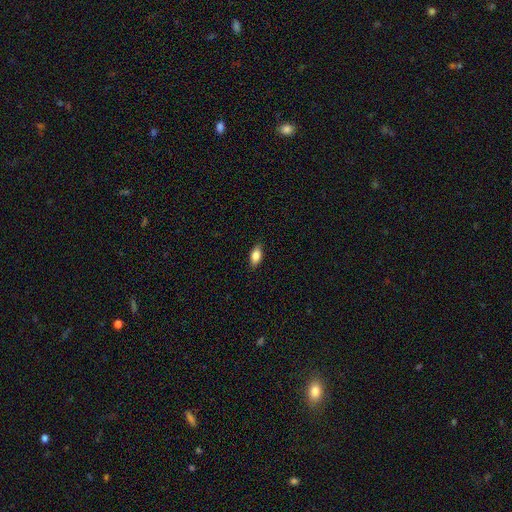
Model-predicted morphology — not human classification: Smooth or featured?
  - smooth: 82% *
  - featured or disk: 11%
  - star or artifact: 7%
How rounded?
  - in between: 86% *
  - cigar-shaped: 10%
  - round: 4%
Merging?
  - none: 87% *
  - minor disturbance: 10%
  - major disturbance: 2%
  - merger: 1%